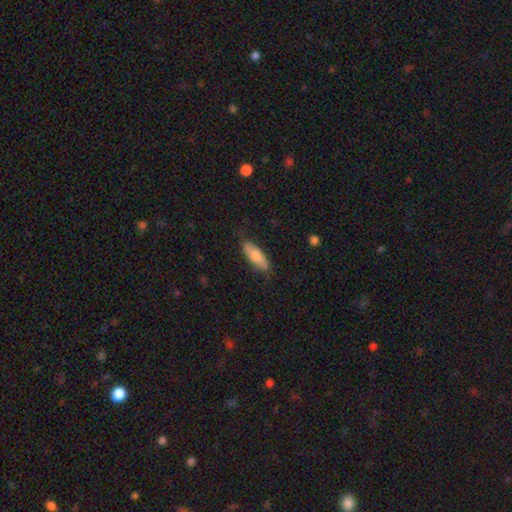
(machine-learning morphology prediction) This appears to be a smooth galaxy with no disk features (71%) that is in between round and cigar-shaped (61%). Merging: none (77%).